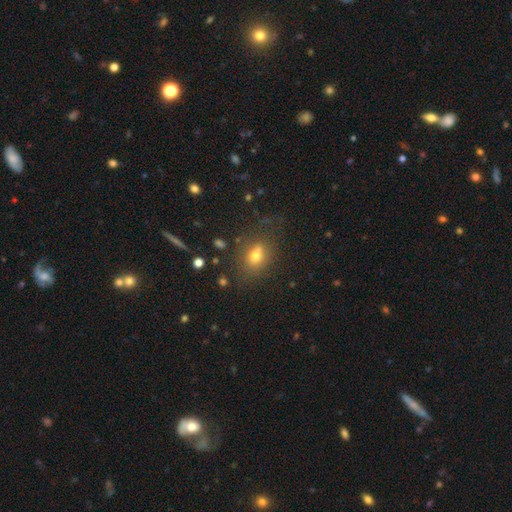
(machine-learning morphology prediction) The model was most divided on "how rounded": in between: 58%, round: 40%, cigar-shaped: 2%. More confident: smooth or featured — smooth (68%); merging — none (67%).